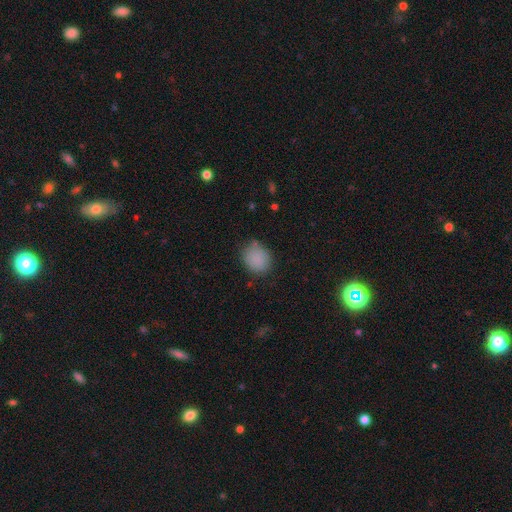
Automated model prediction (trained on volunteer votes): smooth_or_featured: smooth (p=0.87) [alt: star or artifact p=0.09]
how_rounded: round (p=0.74) [alt: in between p=0.25]
merging: none (p=0.79) [alt: minor disturbance p=0.15]